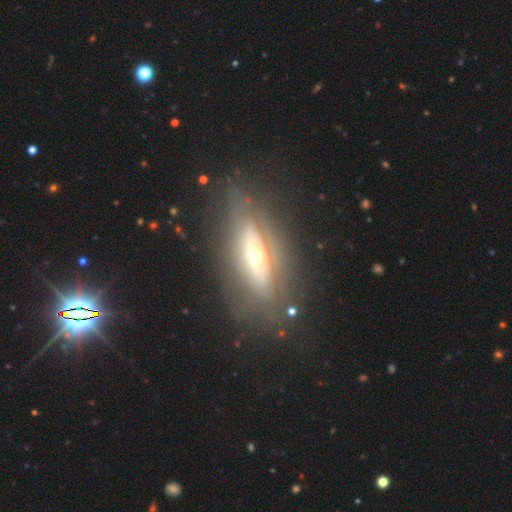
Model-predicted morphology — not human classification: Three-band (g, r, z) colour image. It shows a featured or disk galaxy (72%) viewed edge-on (52%). Merging: none (74%).